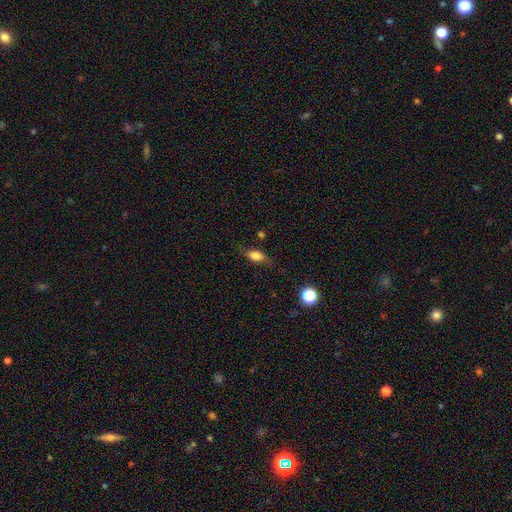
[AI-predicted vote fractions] Smooth or featured: smooth — 69% (featured or disk — 22%)
How rounded: in between — 73% (cigar-shaped — 16%)
Merging: none — 71% (minor disturbance — 20%)